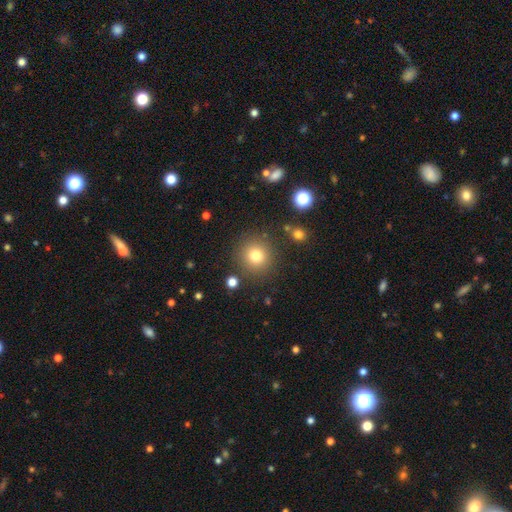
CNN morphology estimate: A smooth galaxy with no disk features (78%) that is round (93%). Merging: none (86%).